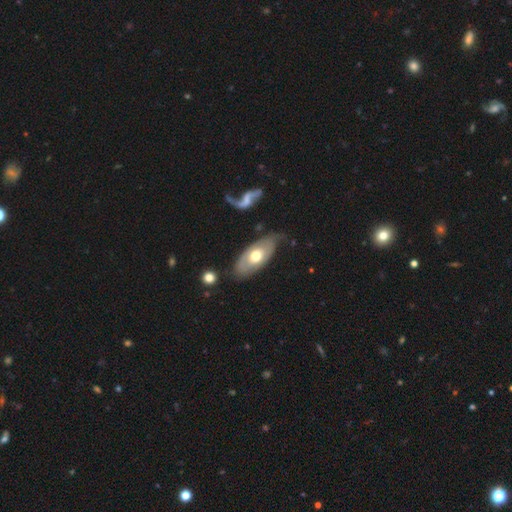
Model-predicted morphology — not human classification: type=featured or disk (56%); edge-on=no (83%); merging=none (64%).